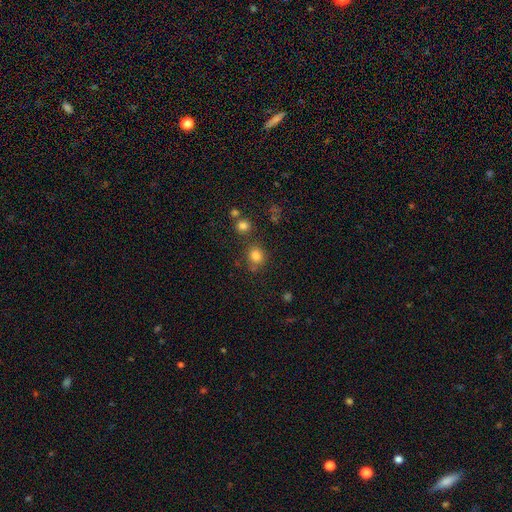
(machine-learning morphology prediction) Q: Smooth or featured?
A: smooth (81%); runner-up: star or artifact (13%)
Q: How rounded?
A: round (72%); runner-up: in between (27%)
Q: Merging?
A: none (70%); runner-up: minor disturbance (14%)